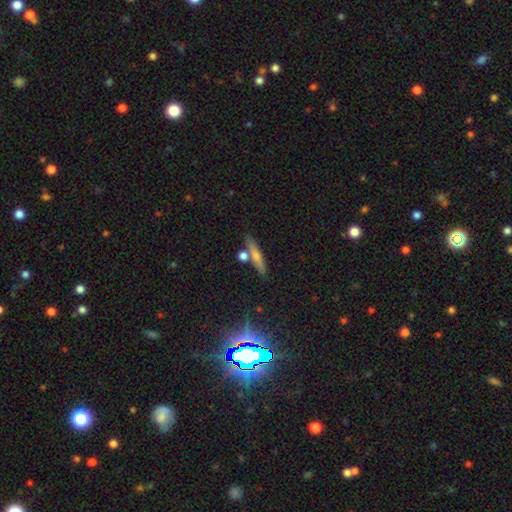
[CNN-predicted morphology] Q: Smooth or featured?
A: smooth (53%); runner-up: featured or disk (33%)
Q: How rounded?
A: cigar-shaped (82%); runner-up: in between (13%)
Q: Merging?
A: none (73%); runner-up: merger (14%)